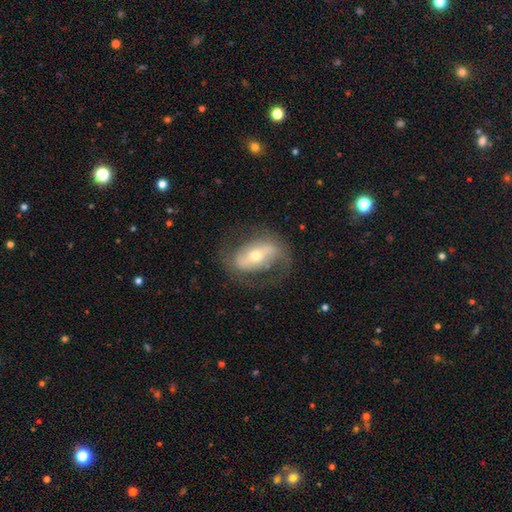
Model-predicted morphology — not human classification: A featured or disk galaxy (72%) with a strong bar (47%), spiral arms (72%) and a moderate central bulge (49%). Merging: none (67%).